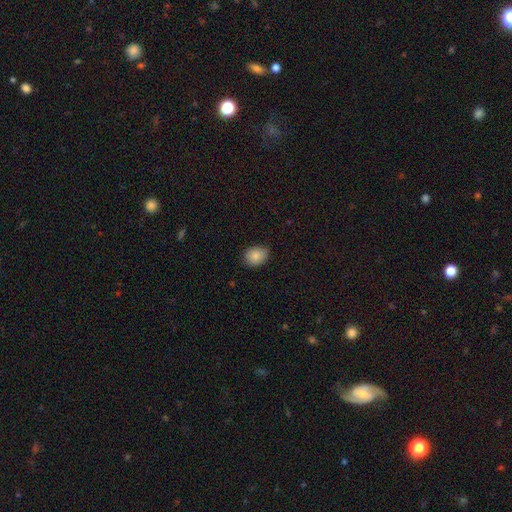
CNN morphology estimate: A smooth galaxy with no disk features (86%) that is in between round and cigar-shaped (54%).

Vote fractions:
- Smooth or featured? smooth: 86% / star or artifact: 8% / featured or disk: 6%
- How rounded? in between: 54% / round: 45% / cigar-shaped: 1%
- Merging? none: 77% / minor disturbance: 20% / major disturbance: 3% / merger: 1%